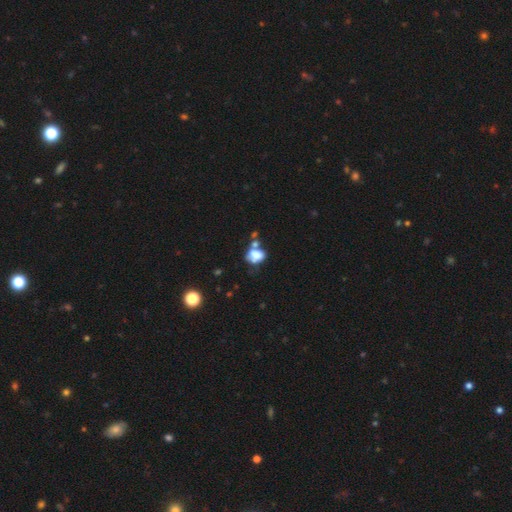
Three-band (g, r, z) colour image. It shows a smooth galaxy with no disk features (68%) that is in between round and cigar-shaped (81%). Merging: none (33%, tied with merger).